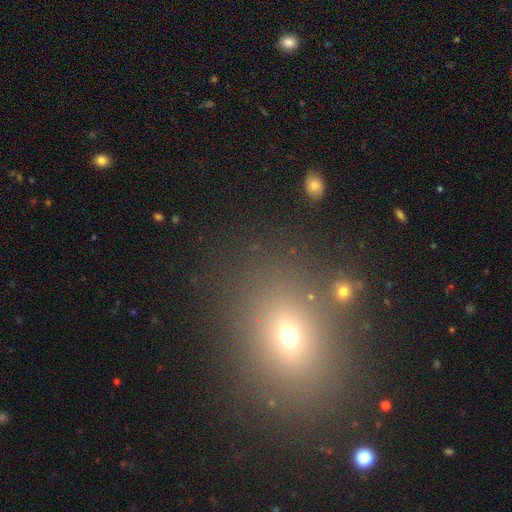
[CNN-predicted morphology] Smooth or featured? Predicted: smooth (p=0.57). How rounded? Predicted: in between (p=0.51). Merging? Predicted: none (p=0.84).